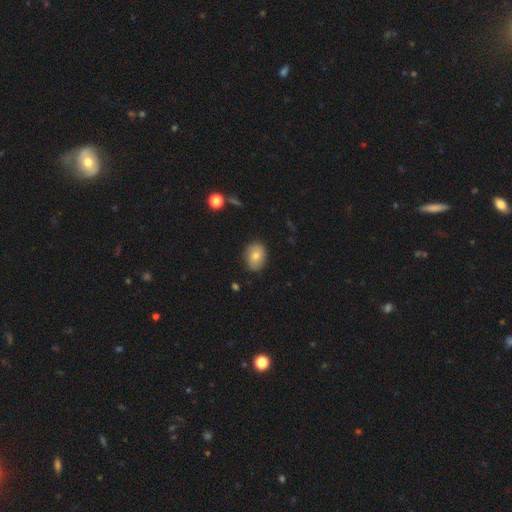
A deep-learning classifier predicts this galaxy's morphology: Overall: smooth (76%). How rounded: in between (67%; round 31%). Merging: none (83%).